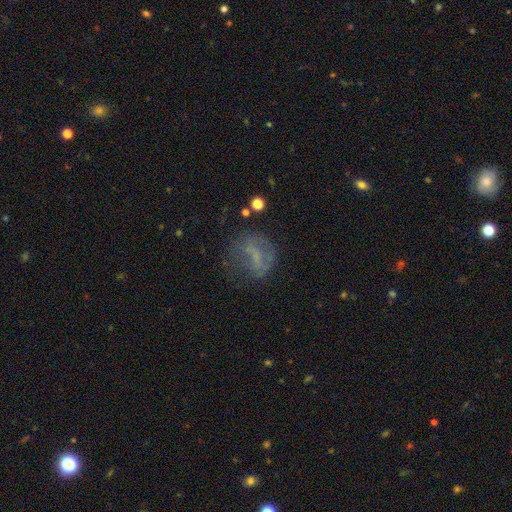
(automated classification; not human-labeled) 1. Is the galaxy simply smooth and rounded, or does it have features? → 43% smooth, 40% featured or disk, 17% star or artifact.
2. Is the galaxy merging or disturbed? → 52% none, 22% major disturbance, 22% minor disturbance, 4% merger.